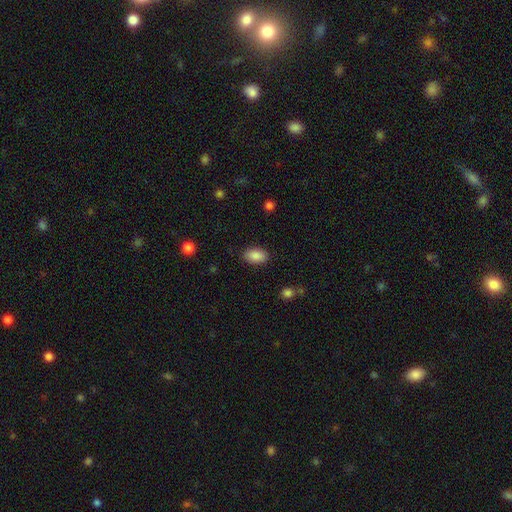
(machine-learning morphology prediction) smooth 89%, star or artifact 7%, featured or disk 4%. Down the decision tree: how rounded — in between (92%); merging — none (87%).